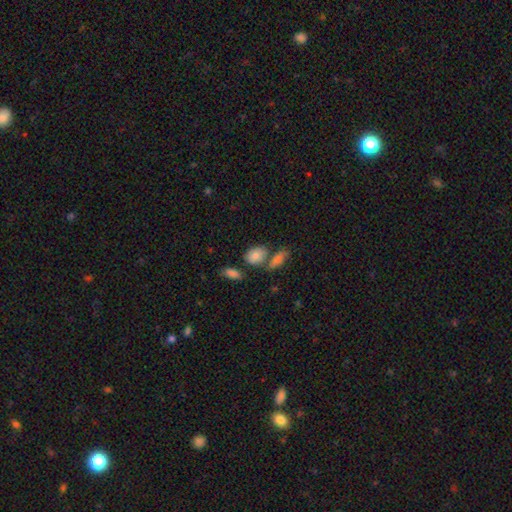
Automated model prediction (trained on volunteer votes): smooth 82%, featured or disk 9%, star or artifact 9%. Down the decision tree: how rounded — in between (76%); merging — none (54%).